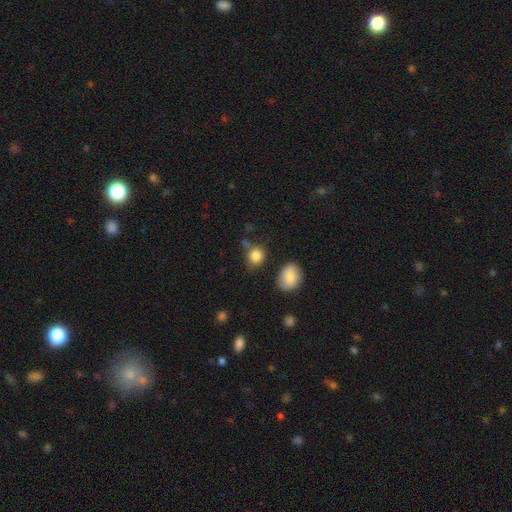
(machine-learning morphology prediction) Q: Smooth or featured?
A: smooth (85%); runner-up: star or artifact (10%)
Q: How rounded?
A: round (69%); runner-up: in between (30%)
Q: Merging?
A: none (67%); runner-up: minor disturbance (19%)